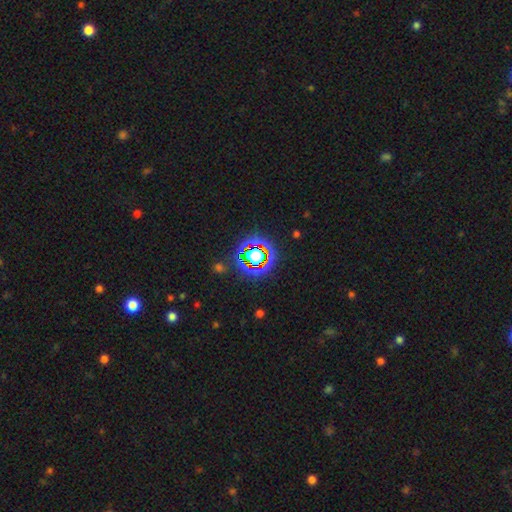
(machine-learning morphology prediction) Smooth or featured?
  - star or artifact: 67% *
  - smooth: 21%
  - featured or disk: 13%